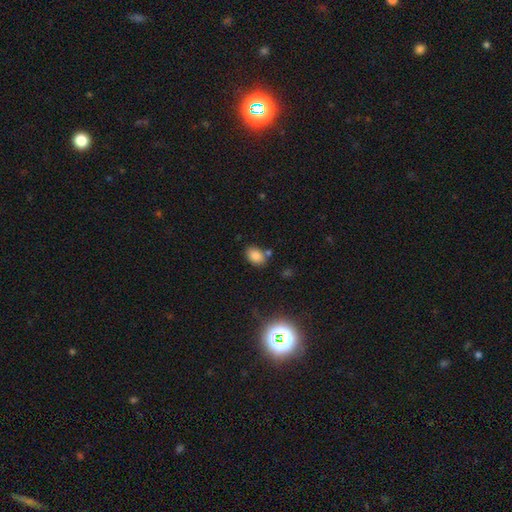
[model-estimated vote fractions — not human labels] Smooth or featured: smooth — 82% (star or artifact — 11%)
How rounded: in between — 80% (round — 19%)
Merging: none — 73% (minor disturbance — 13%)